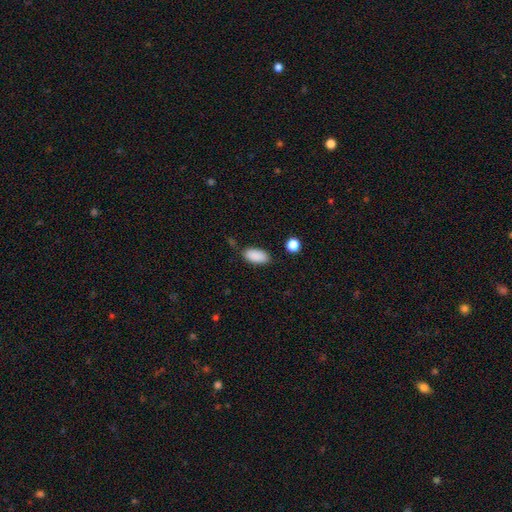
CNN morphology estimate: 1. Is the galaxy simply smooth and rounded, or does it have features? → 90% smooth, 7% star or artifact, 3% featured or disk.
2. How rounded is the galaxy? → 93% in between, 5% cigar-shaped, 3% round.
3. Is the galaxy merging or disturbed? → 80% none, 13% minor disturbance, 3% merger, 3% major disturbance.